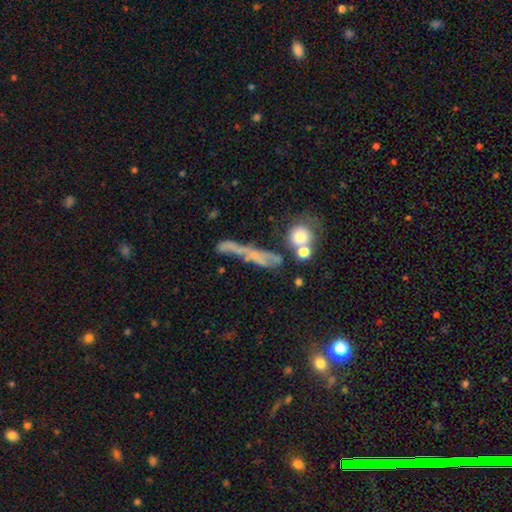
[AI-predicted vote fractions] This is marginally a featured or disk galaxy (42%). Merging: marginally none (41%).